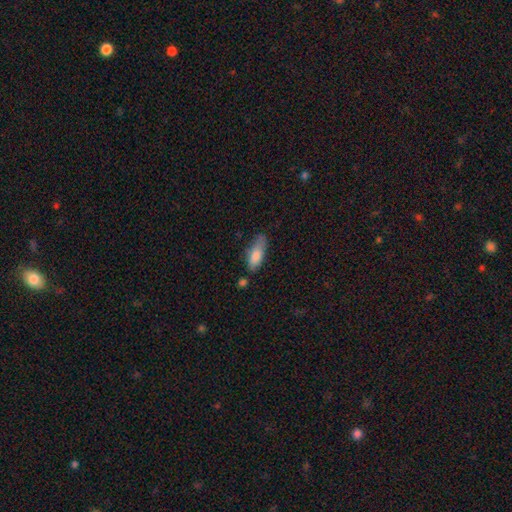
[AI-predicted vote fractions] Morphology: type=smooth (81%); roundness=in between (68%); merging=none (53%).